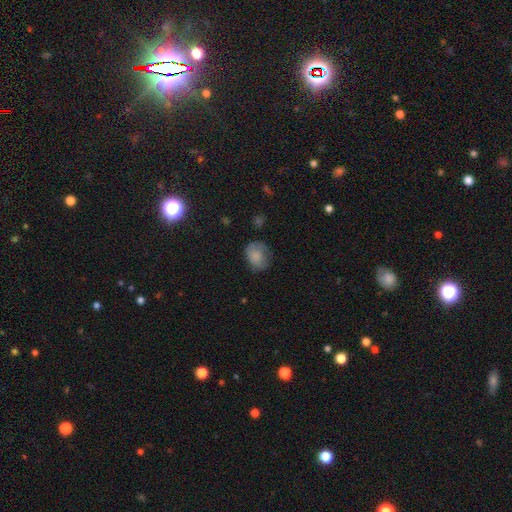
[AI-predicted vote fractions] A smooth galaxy with no disk features (78%) that is round (50%).

Vote fractions:
- Smooth or featured? smooth: 78% / featured or disk: 14% / star or artifact: 9%
- How rounded? round: 50% / in between: 49% / cigar-shaped: 1%
- Merging? none: 56% / minor disturbance: 30% / major disturbance: 12% / merger: 2%